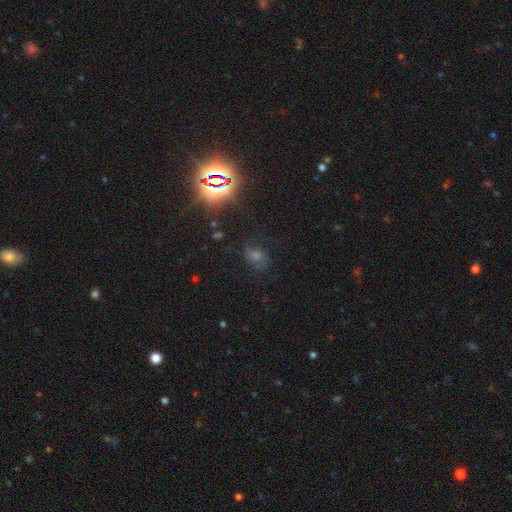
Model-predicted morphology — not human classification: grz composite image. It shows a star or artifact, not a galaxy (52%).